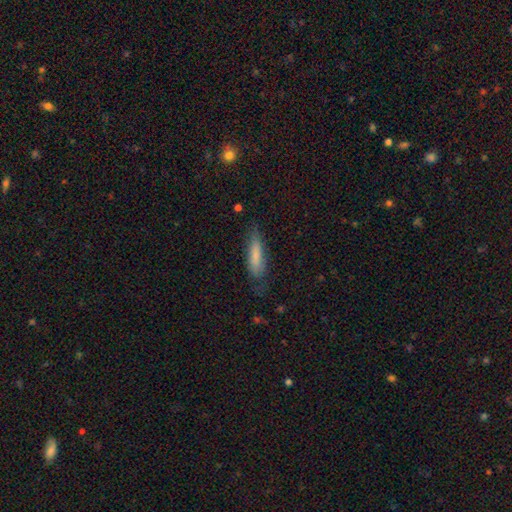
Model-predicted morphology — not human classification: Smooth or featured? Predicted: smooth (p=0.76). How rounded? Predicted: cigar-shaped (p=0.69). Merging? Predicted: none (p=0.66).